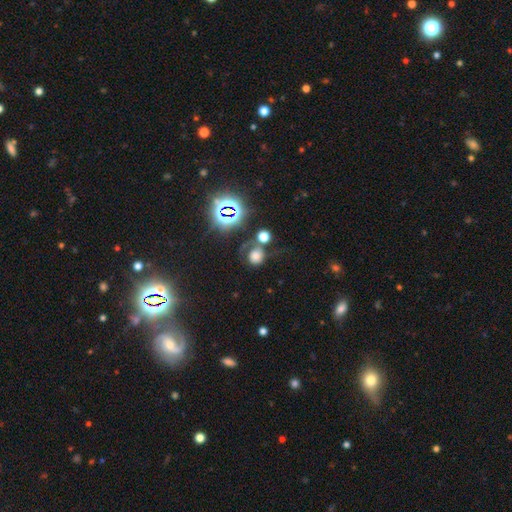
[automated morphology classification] Smooth or featured? Predicted: smooth (p=0.60). How rounded? Predicted: round (p=0.80). Merging? Predicted: none (p=0.47).